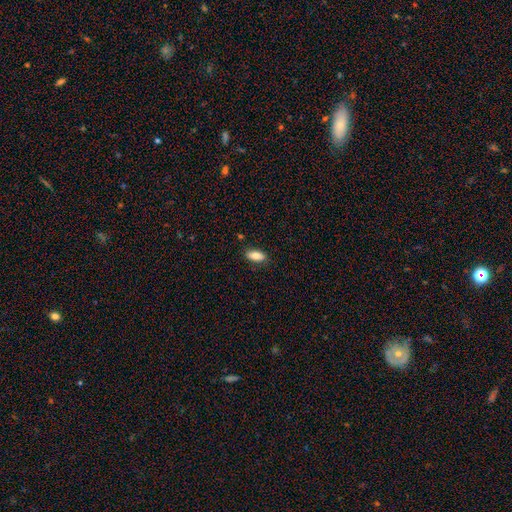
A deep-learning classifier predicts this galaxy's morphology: This appears to be a smooth galaxy with no disk features (81%) that is in between round and cigar-shaped (88%). Merging: none (85%).